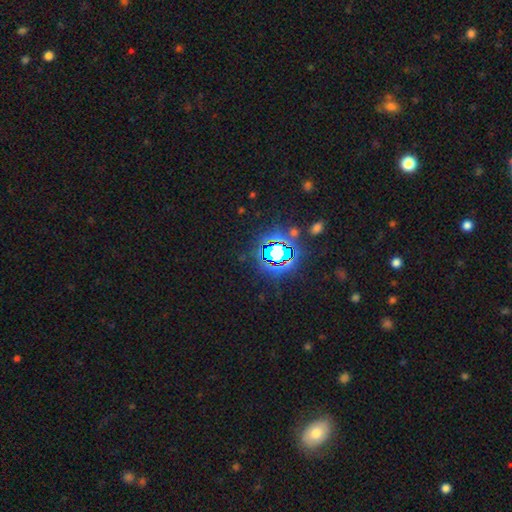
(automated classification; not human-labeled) Smooth or featured? star or artifact (79%)